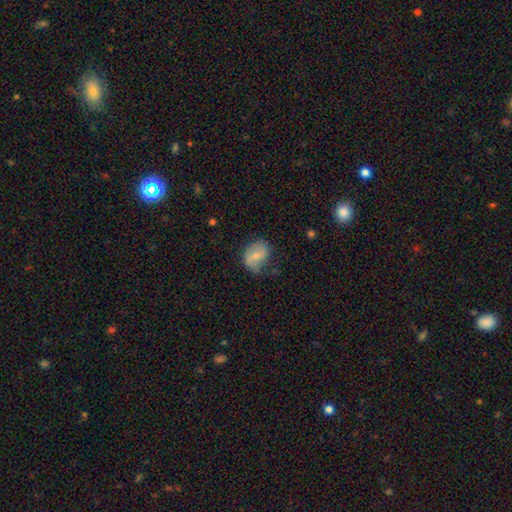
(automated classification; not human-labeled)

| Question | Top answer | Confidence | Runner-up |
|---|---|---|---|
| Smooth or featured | smooth | 55% | featured or disk (37%) |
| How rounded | in between | 52% | round (46%) |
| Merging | none | 57% | minor disturbance (30%) |